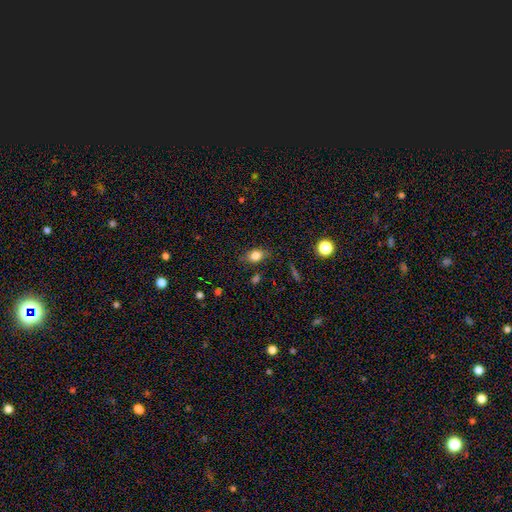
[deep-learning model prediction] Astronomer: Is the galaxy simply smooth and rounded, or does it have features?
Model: smooth — 79%.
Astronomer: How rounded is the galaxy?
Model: in between — 69%.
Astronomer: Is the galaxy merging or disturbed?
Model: none — 77%.